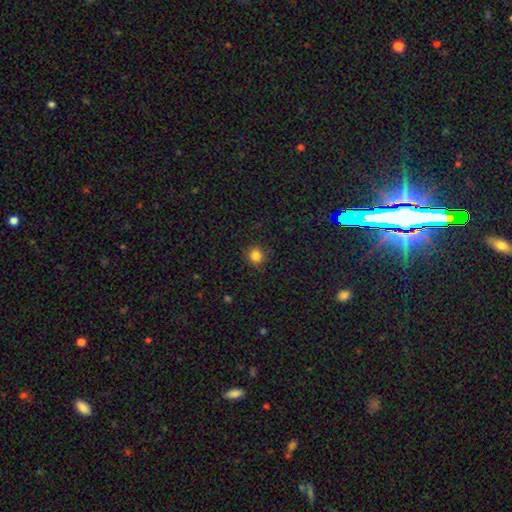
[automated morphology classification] A smooth galaxy with no disk features (85%) that is round (89%).

Vote fractions:
- Smooth or featured? smooth: 85% / star or artifact: 11% / featured or disk: 4%
- How rounded? round: 89% / in between: 10% / cigar-shaped: 1%
- Merging? none: 88% / minor disturbance: 8% / major disturbance: 2% / merger: 1%